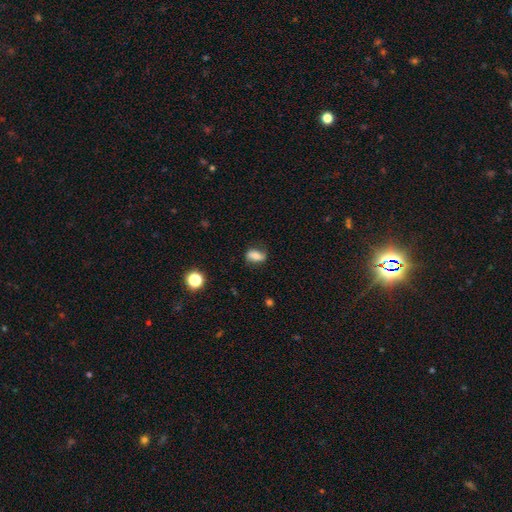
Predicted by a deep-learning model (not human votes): Smooth or featured?
  - smooth: 57% *
  - featured or disk: 34%
  - star or artifact: 9%
How rounded?
  - in between: 81% *
  - round: 13%
  - cigar-shaped: 7%
Merging?
  - none: 72% *
  - minor disturbance: 20%
  - major disturbance: 6%
  - merger: 1%